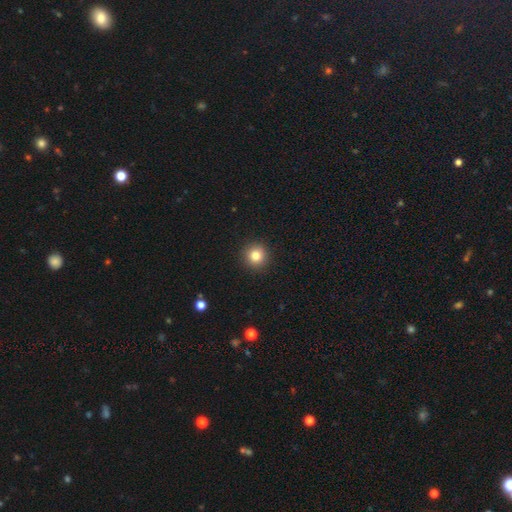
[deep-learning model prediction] Smooth or featured: smooth — 82% (star or artifact — 11%)
How rounded: round — 93% (in between — 6%)
Merging: none — 92% (minor disturbance — 5%)